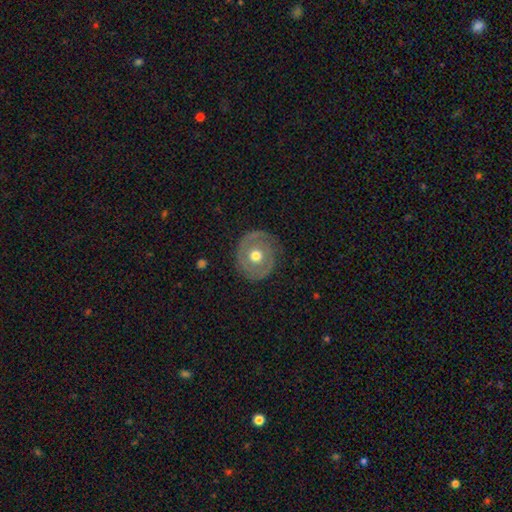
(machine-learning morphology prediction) This is likely a featured or disk galaxy (63%). It is clearly not viewed edge-on (96%). Bar: clearly no (86%). Spiral arm pattern: possibly yes (58%). Central bulge: clearly moderate (80%). Merging: clearly none (80%).